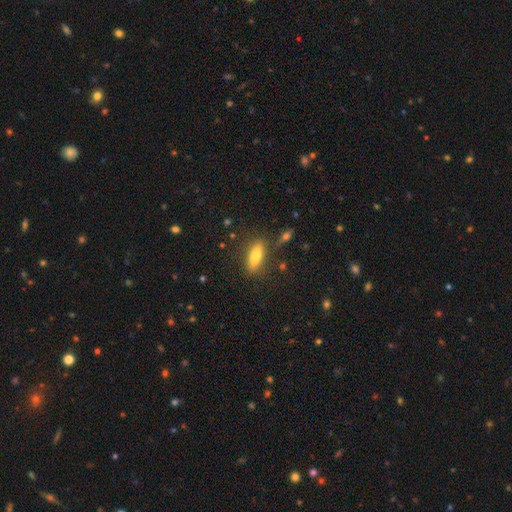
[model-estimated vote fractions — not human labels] smooth_or_featured: smooth (p=0.69) [alt: featured or disk p=0.23]
how_rounded: in between (p=0.54) [alt: cigar-shaped p=0.43]
merging: none (p=0.78) [alt: minor disturbance p=0.13]